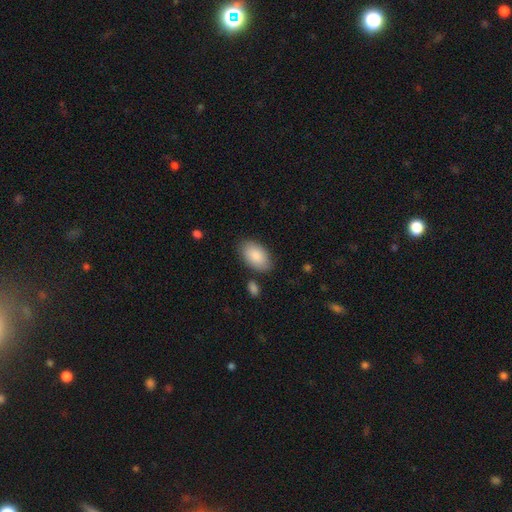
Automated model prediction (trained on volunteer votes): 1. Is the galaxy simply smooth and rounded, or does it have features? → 87% smooth, 7% featured or disk, 5% star or artifact.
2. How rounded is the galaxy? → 95% in between, 4% round, 1% cigar-shaped.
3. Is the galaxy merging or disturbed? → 81% none, 12% minor disturbance, 4% merger, 3% major disturbance.